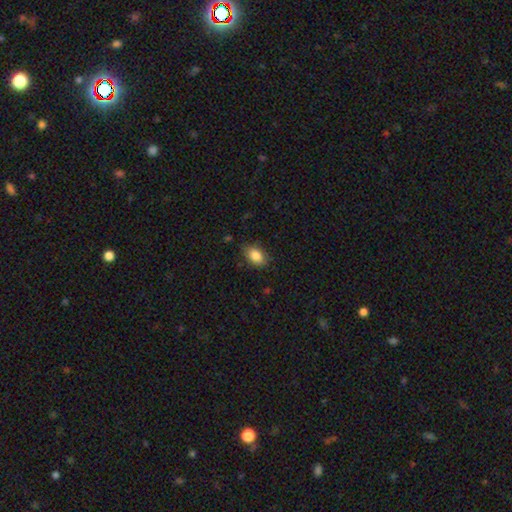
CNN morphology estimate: Q: Smooth or featured?
A: smooth (86%); runner-up: star or artifact (8%)
Q: How rounded?
A: in between (83%); runner-up: round (16%)
Q: Merging?
A: none (81%); runner-up: minor disturbance (15%)